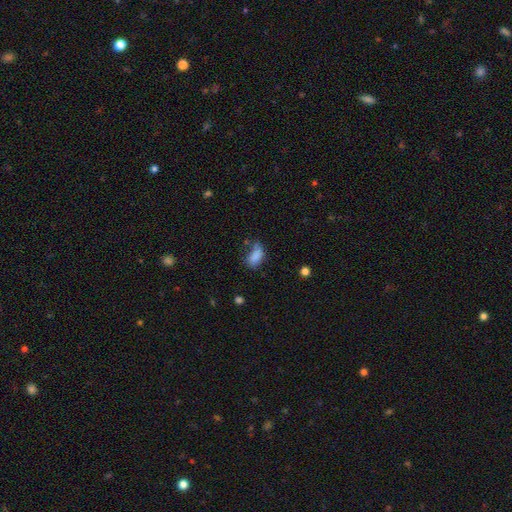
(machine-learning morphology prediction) Smooth or featured?
  - smooth: 79% *
  - star or artifact: 11%
  - featured or disk: 10%
How rounded?
  - in between: 88% *
  - round: 6%
  - cigar-shaped: 6%
Merging?
  - none: 38% *
  - minor disturbance: 32%
  - major disturbance: 21%
  - merger: 9%